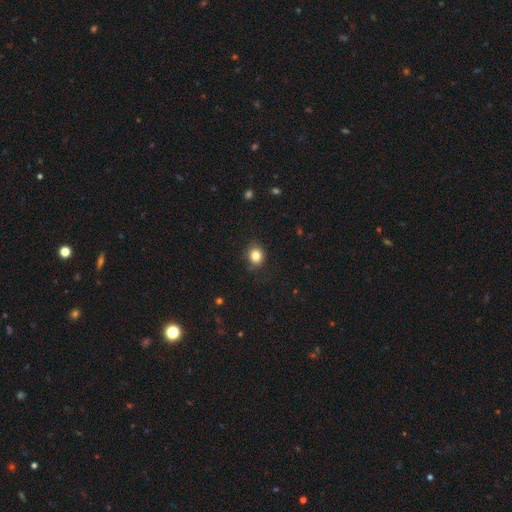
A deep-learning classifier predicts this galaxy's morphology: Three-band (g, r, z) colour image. It shows a smooth galaxy with no disk features (83%) that is round (70%). Merging: none (81%).